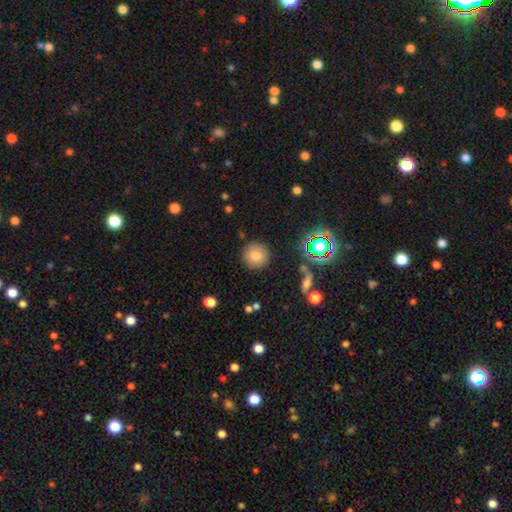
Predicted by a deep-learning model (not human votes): Morphology: type=smooth (76%); roundness=round (94%); merging=none (89%).